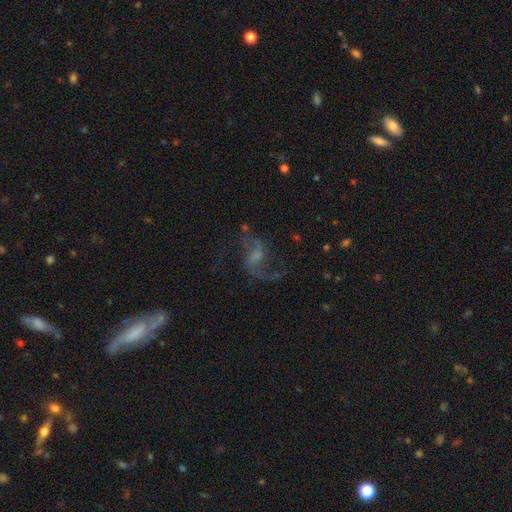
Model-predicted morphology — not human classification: A featured or disk galaxy (83%) with a weak bar (50%), 2 (90%) loose (73%) spiral arms (95%) and a small central bulge (39%). Merging: none (67%).